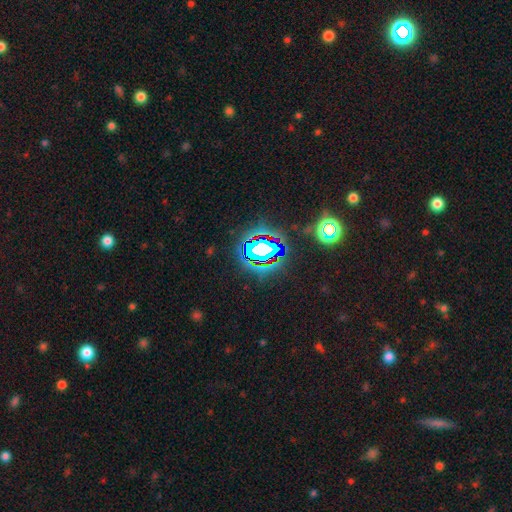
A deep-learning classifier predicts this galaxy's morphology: star or artifact 78%, smooth 13%, featured or disk 9%.